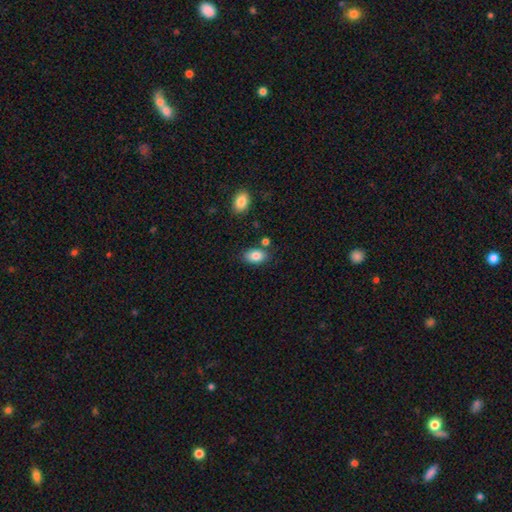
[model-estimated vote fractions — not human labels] This is clearly a smooth galaxy (84%). How rounded: clearly in between (88%). Merging: likely none (78%).